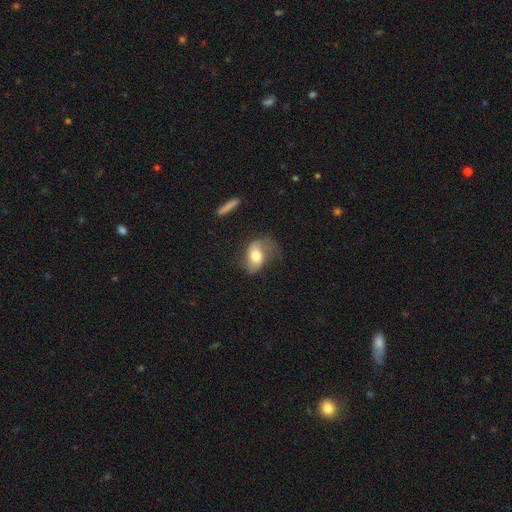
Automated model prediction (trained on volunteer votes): Morphology: type=smooth (50%); merging=none (40%).